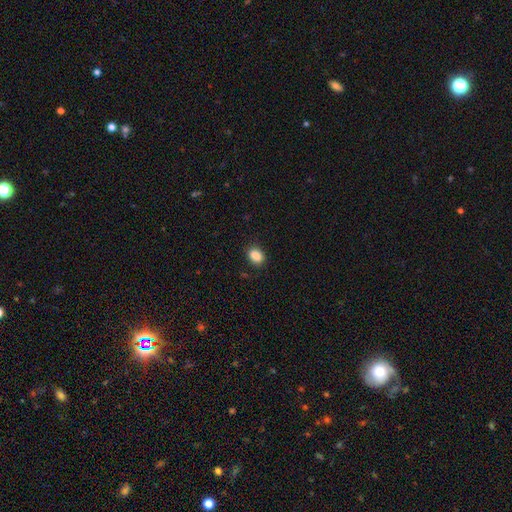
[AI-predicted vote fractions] Q: Smooth or featured?
A: smooth (87%); runner-up: star or artifact (9%)
Q: How rounded?
A: in between (64%); runner-up: round (35%)
Q: Merging?
A: none (85%); runner-up: minor disturbance (11%)